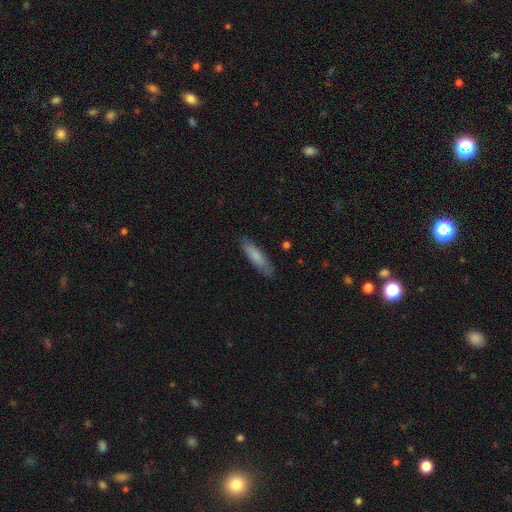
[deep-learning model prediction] Smooth or featured?
  - smooth: 78% *
  - featured or disk: 16%
  - star or artifact: 5%
How rounded?
  - cigar-shaped: 70% *
  - in between: 29%
  - round: 1%
Merging?
  - none: 83% *
  - minor disturbance: 13%
  - major disturbance: 2%
  - merger: 1%